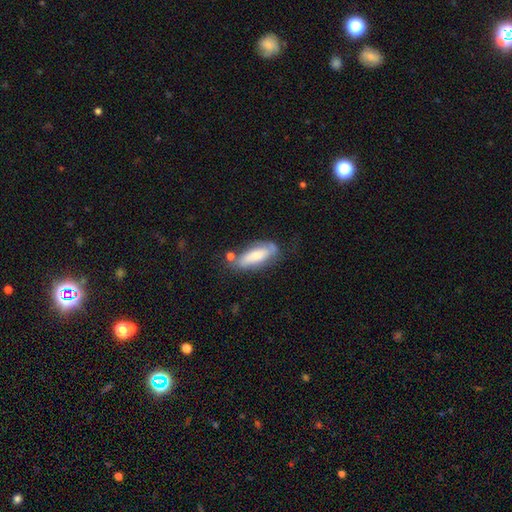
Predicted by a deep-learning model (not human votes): This is possibly a smooth galaxy (60%). How rounded: likely in between (67%). Merging: possibly none (52%).